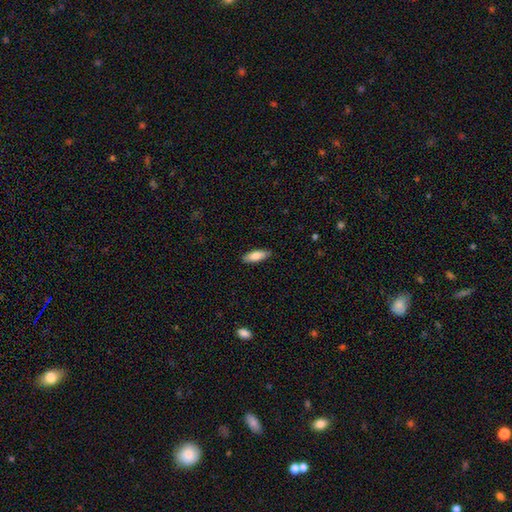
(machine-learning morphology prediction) Smooth or featured? Predicted: smooth (p=0.82). How rounded? Predicted: in between (p=0.66). Merging? Predicted: none (p=0.87).